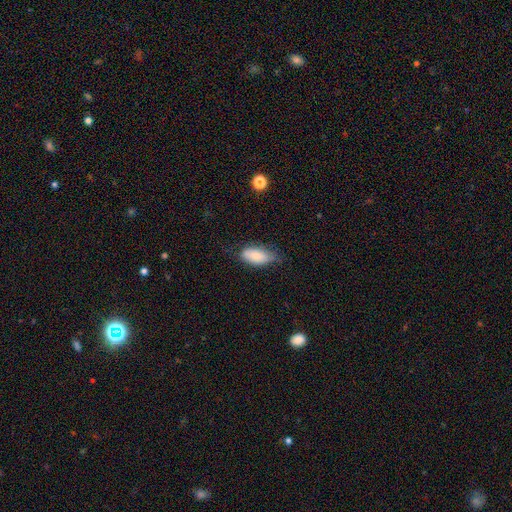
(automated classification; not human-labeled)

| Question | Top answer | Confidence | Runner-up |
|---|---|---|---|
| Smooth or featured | smooth | 82% | featured or disk (11%) |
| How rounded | in between | 90% | cigar-shaped (7%) |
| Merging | none | 58% | minor disturbance (33%) |